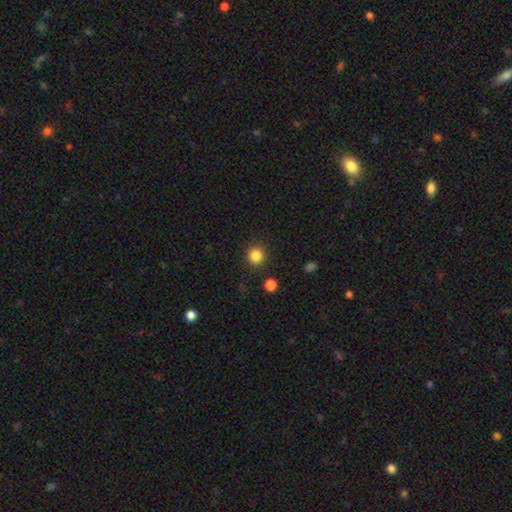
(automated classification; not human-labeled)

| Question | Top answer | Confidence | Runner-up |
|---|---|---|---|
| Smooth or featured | smooth | 85% | star or artifact (11%) |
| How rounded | round | 92% | in between (7%) |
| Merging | none | 88% | minor disturbance (7%) |